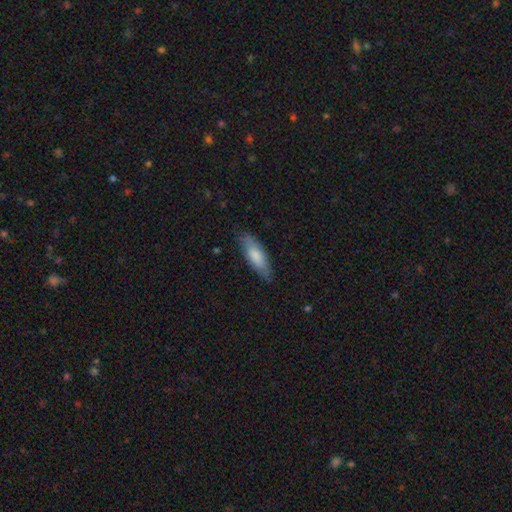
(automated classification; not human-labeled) Smooth or featured?
  - smooth: 76% *
  - featured or disk: 18%
  - star or artifact: 5%
How rounded?
  - in between: 52% *
  - cigar-shaped: 46%
  - round: 2%
Merging?
  - none: 79% *
  - minor disturbance: 17%
  - major disturbance: 3%
  - merger: 1%